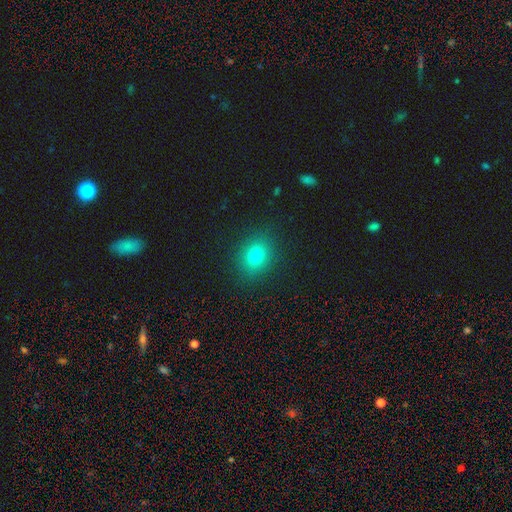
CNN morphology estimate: Smooth or featured? Predicted: smooth (p=0.75). How rounded? Predicted: round (p=0.62). Merging? Predicted: none (p=0.88).